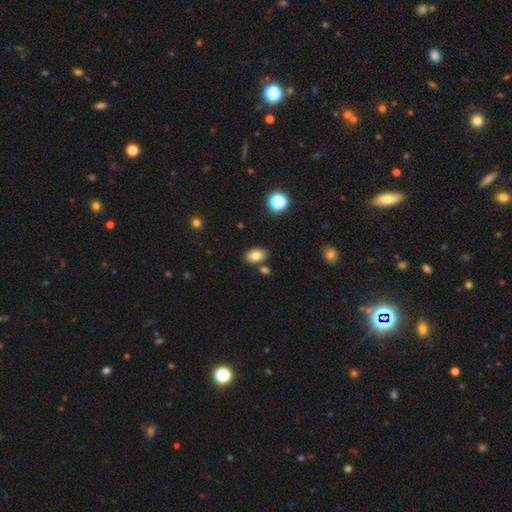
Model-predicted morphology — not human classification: smooth 81%, star or artifact 10%, featured or disk 9%. Down the decision tree: how rounded — in between (85%); merging — none (80%).